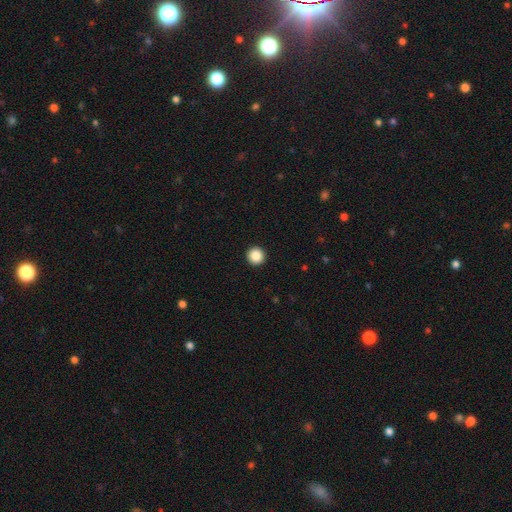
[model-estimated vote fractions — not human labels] The model was most divided on "smooth or featured": smooth: 88%, star or artifact: 9%, featured or disk: 3%. More confident: how rounded — round (96%); merging — none (94%).